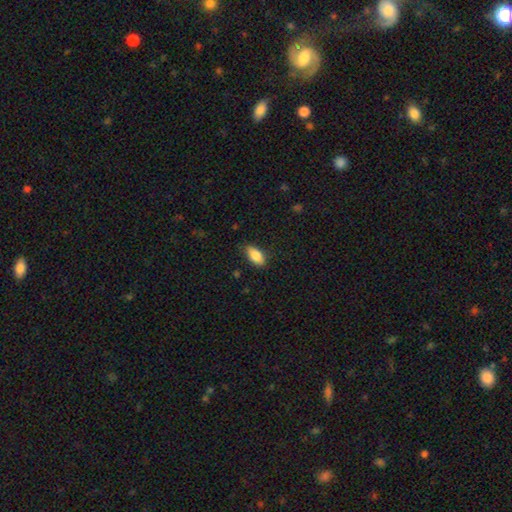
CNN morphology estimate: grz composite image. It shows a smooth galaxy with no disk features (84%) that is in between round and cigar-shaped (89%). Merging: none (77%).